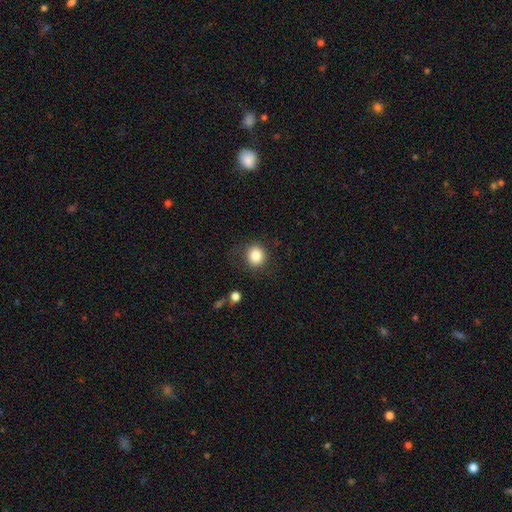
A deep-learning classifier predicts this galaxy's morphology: smooth-or-featured: smooth: 84% | star or artifact: 10% | featured or disk: 6%
  how-rounded: round: 84% | in between: 15% | cigar-shaped: 1%
  merging: none: 79% | minor disturbance: 13% | major disturbance: 6% | merger: 2%